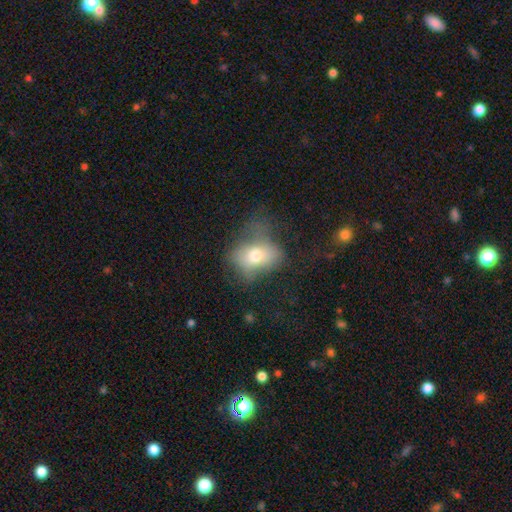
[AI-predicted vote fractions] A smooth galaxy with no disk features (64%) that is in between round and cigar-shaped (73%). Merging: major disturbance (35%).